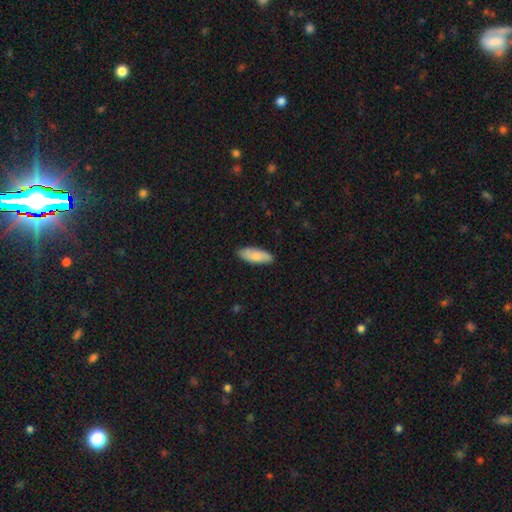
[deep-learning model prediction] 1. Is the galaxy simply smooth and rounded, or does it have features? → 79% smooth, 15% featured or disk, 6% star or artifact.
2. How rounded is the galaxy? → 70% in between, 29% cigar-shaped, 2% round.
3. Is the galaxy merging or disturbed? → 85% none, 12% minor disturbance, 2% major disturbance, 1% merger.